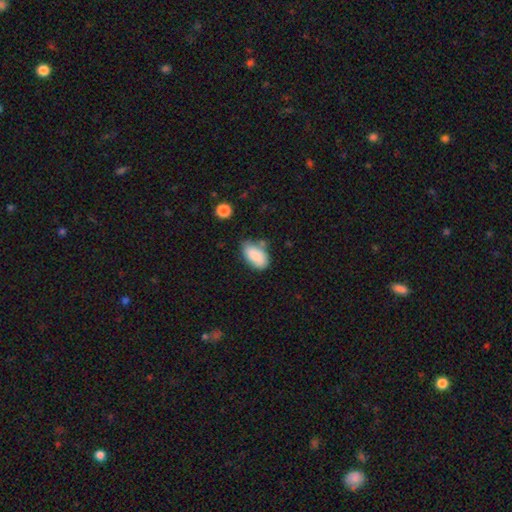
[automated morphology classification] A smooth galaxy with no disk features (84%) that is in between round and cigar-shaped (93%).

Vote fractions:
- Smooth or featured? smooth: 84% / featured or disk: 8% / star or artifact: 7%
- How rounded? in between: 93% / round: 4% / cigar-shaped: 2%
- Merging? none: 59% / minor disturbance: 26% / merger: 9% / major disturbance: 6%